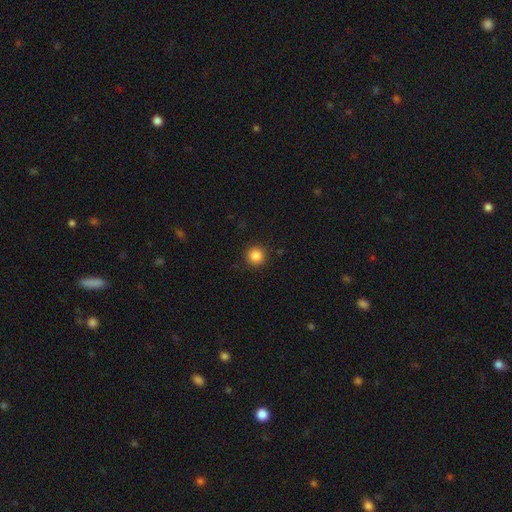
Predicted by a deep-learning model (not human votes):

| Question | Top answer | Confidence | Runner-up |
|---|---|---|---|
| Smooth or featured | smooth | 85% | star or artifact (11%) |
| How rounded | round | 95% | in between (4%) |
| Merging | none | 92% | minor disturbance (5%) |